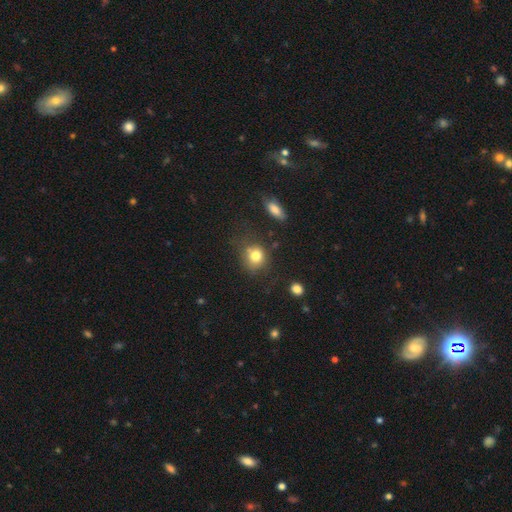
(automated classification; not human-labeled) This appears to be a smooth galaxy with no disk features (79%) that is round (71%). Merging: none (60%).